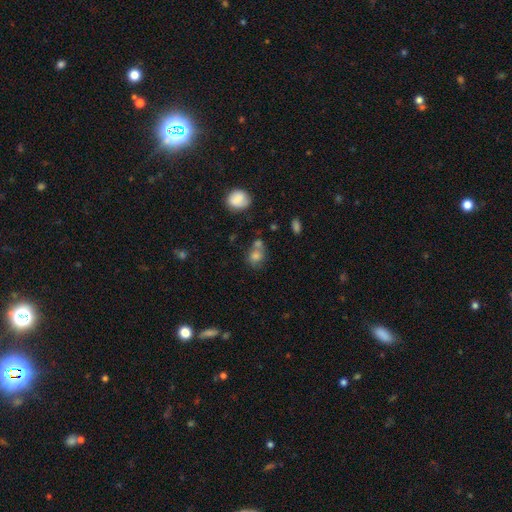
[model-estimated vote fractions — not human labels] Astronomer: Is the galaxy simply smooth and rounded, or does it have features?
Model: smooth — 74%.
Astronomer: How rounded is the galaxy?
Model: round — 58% (runner-up: in between, 41%).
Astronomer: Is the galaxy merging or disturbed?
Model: merger — 40% (runner-up: none, 39%).